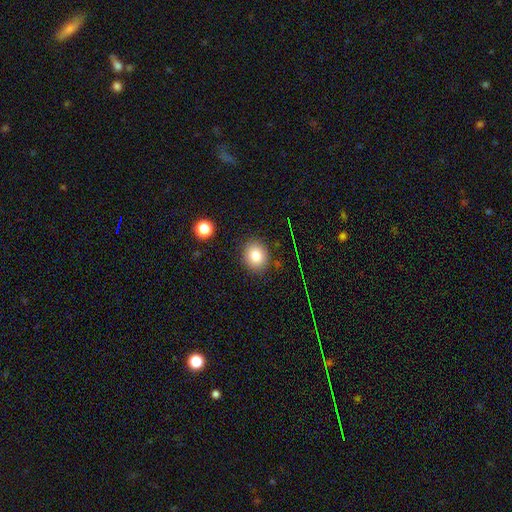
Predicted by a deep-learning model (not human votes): smooth-or-featured: smooth: 79% | star or artifact: 13% | featured or disk: 8%
  how-rounded: round: 79% | in between: 20% | cigar-shaped: 1%
  merging: none: 87% | minor disturbance: 8% | major disturbance: 3% | merger: 2%